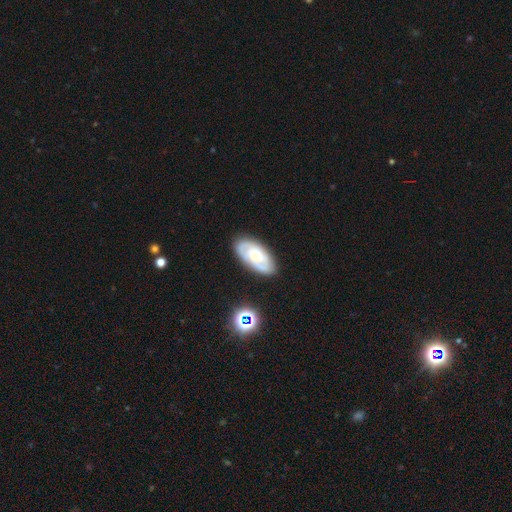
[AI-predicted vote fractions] A featured or disk galaxy (72%) with no bar (61%), 2 (39%) tight (61%) spiral arms (92%) and a small central bulge (47%). Merging: none (80%).